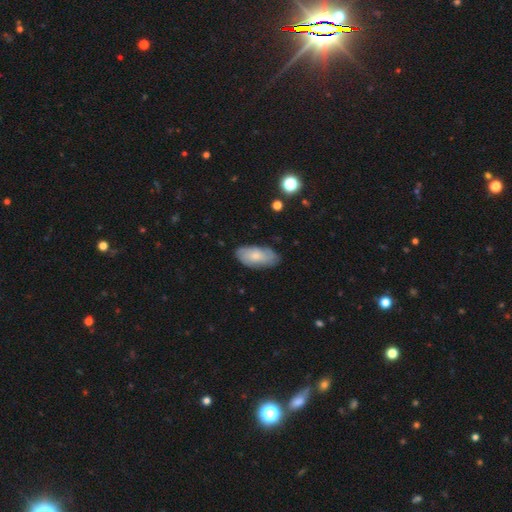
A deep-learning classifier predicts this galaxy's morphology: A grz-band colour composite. It shows a smooth galaxy with no disk features (59%) that is in between round and cigar-shaped (90%). Merging: none (75%).